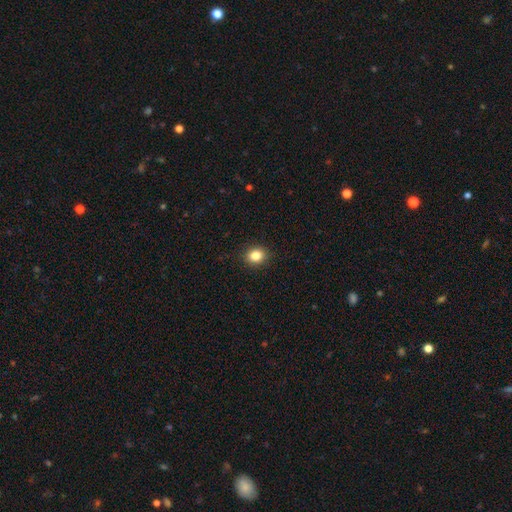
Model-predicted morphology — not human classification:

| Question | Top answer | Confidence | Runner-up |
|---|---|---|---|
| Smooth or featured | smooth | 84% | star or artifact (11%) |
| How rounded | round | 64% | in between (35%) |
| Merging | none | 90% | minor disturbance (7%) |